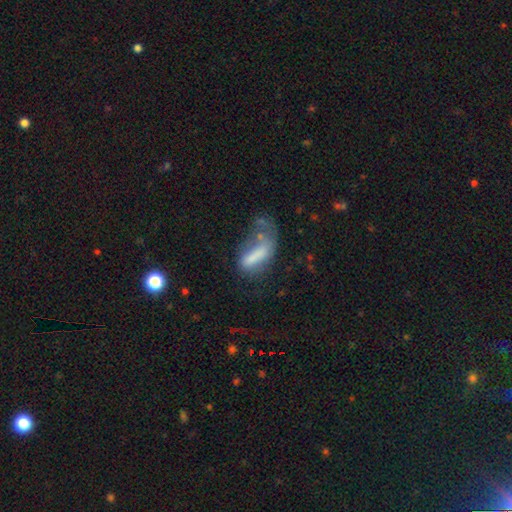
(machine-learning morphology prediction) type=smooth (63%); roundness=in between (66%); merging=major disturbance (46%).